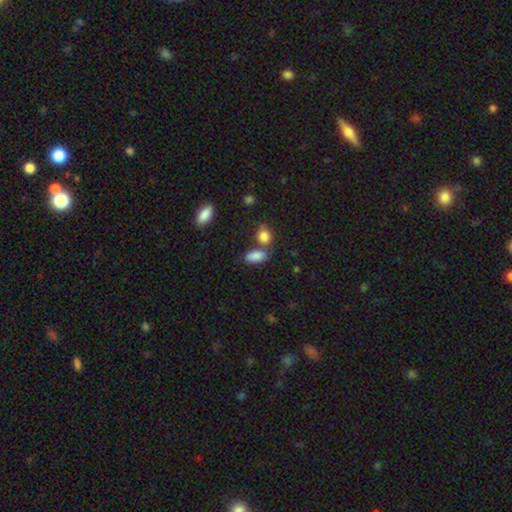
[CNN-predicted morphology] A smooth galaxy with no disk features (84%) that is in between round and cigar-shaped (87%). Merging: none (50%).